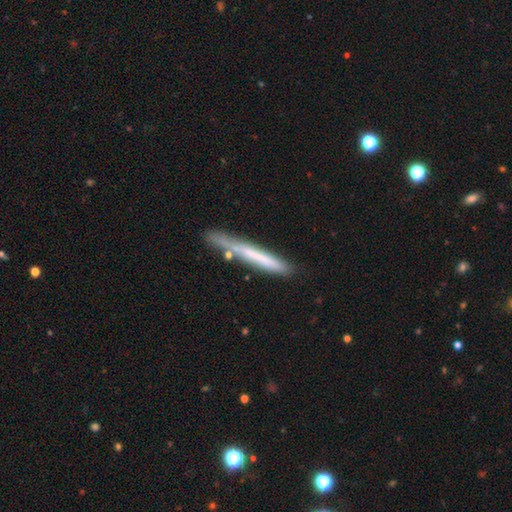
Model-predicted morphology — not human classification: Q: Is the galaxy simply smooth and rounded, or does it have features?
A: smooth — 53%.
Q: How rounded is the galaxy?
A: cigar-shaped — 96%.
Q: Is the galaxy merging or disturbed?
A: none — 70%.